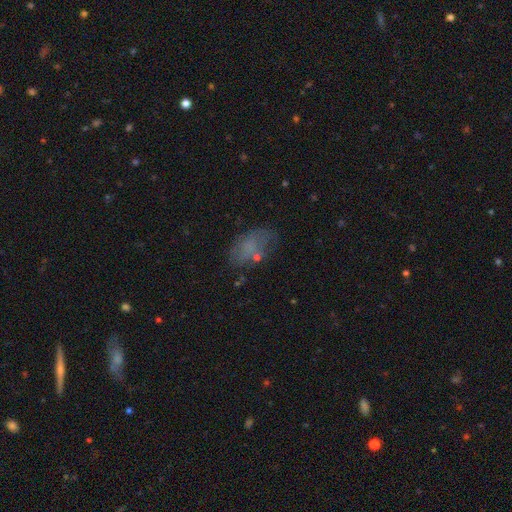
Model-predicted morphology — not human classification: Q: Smooth or featured?
A: smooth (57%); runner-up: featured or disk (28%)
Q: How rounded?
A: in between (89%); runner-up: round (8%)
Q: Merging?
A: none (53%); runner-up: minor disturbance (23%)